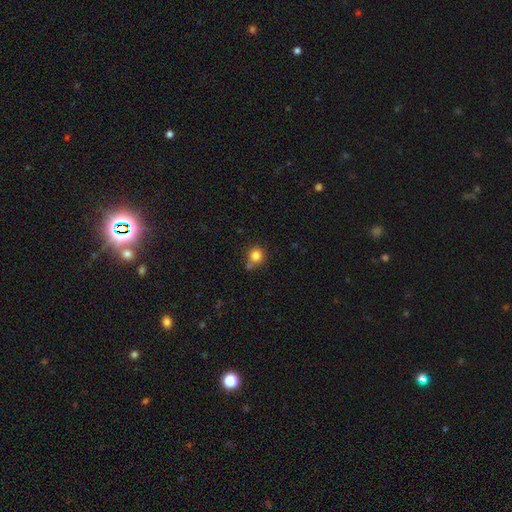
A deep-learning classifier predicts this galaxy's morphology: Overall: smooth (82%). How rounded: round (88%). Merging: none (64%).